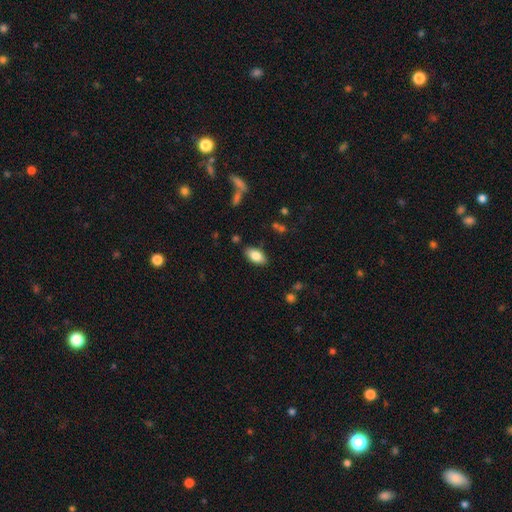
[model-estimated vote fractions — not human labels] Overall: smooth (82%). How rounded: in between (92%). Merging: none (85%).